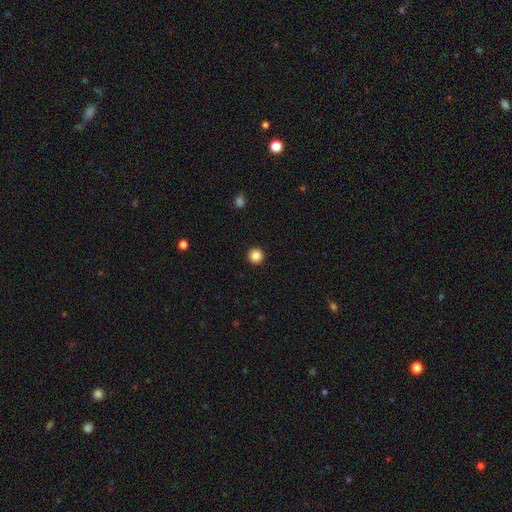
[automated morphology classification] Smooth or featured? Predicted: smooth (p=0.86). How rounded? Predicted: round (p=0.96). Merging? Predicted: none (p=0.94).